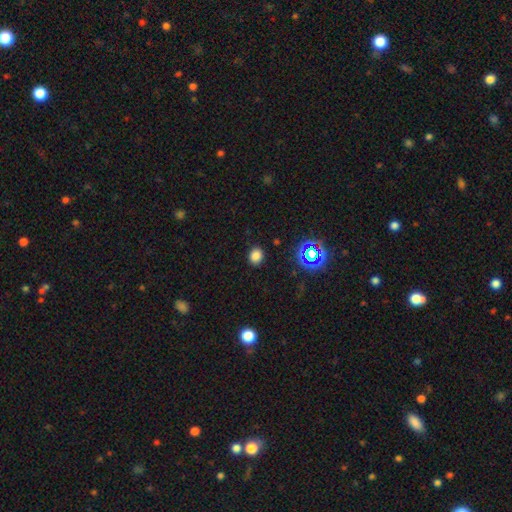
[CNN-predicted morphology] Smooth or featured: smooth — 77% (star or artifact — 18%)
How rounded: round — 59% (in between — 40%)
Merging: none — 88% (minor disturbance — 8%)